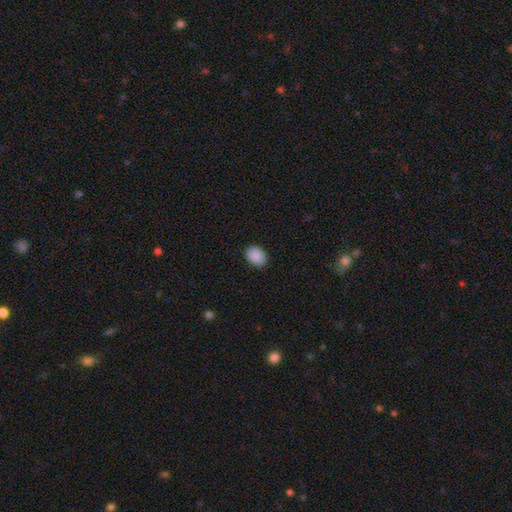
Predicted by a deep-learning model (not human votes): Smooth or featured: smooth — 90% (star or artifact — 7%)
How rounded: in between — 63% (round — 36%)
Merging: none — 88% (minor disturbance — 9%)